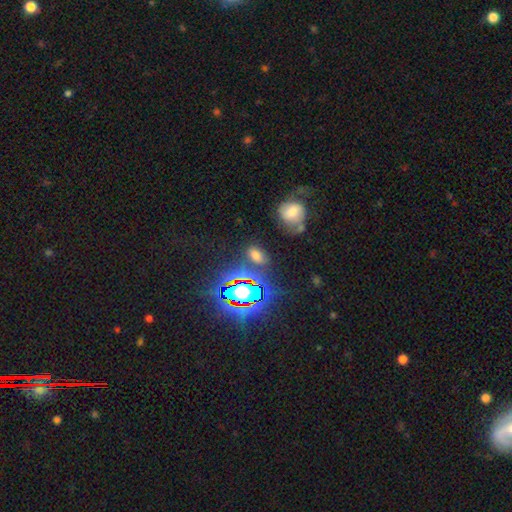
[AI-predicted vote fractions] smooth-or-featured: smooth: 57% | star or artifact: 34% | featured or disk: 9%
  how-rounded: in between: 85% | round: 12% | cigar-shaped: 3%
  merging: none: 73% | minor disturbance: 14% | merger: 7% | major disturbance: 6%